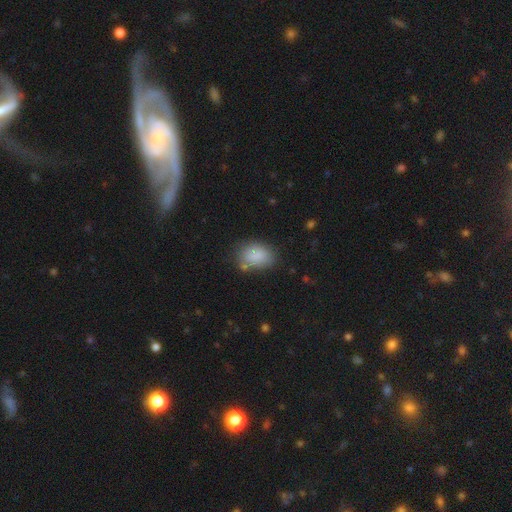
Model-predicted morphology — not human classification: Smooth or featured?
  - smooth: 84% *
  - star or artifact: 8%
  - featured or disk: 8%
How rounded?
  - in between: 81% *
  - round: 18%
  - cigar-shaped: 1%
Merging?
  - none: 68% *
  - minor disturbance: 20%
  - merger: 7%
  - major disturbance: 6%